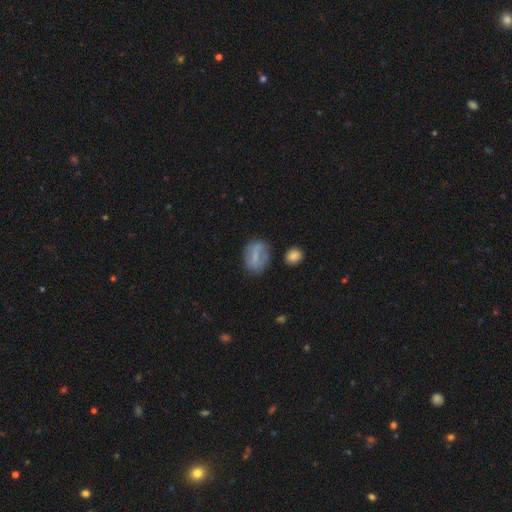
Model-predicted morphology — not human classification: smooth 56%, featured or disk 35%, star or artifact 9%. Down the decision tree: how rounded — in between (77%); merging — none (63%).